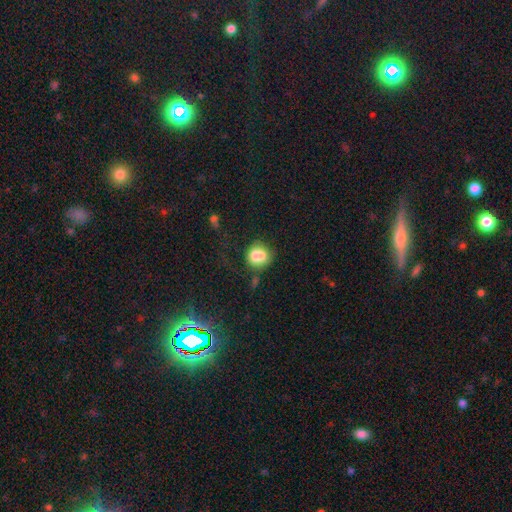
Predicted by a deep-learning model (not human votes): Smooth or featured? Predicted: smooth (p=0.77). How rounded? Predicted: round (p=0.75). Merging? Predicted: none (p=0.44).